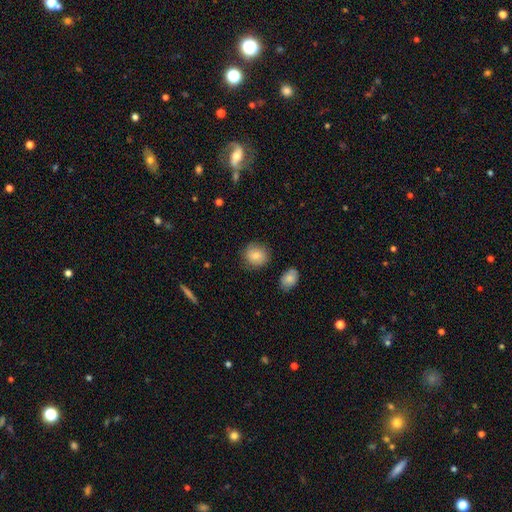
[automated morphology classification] type=smooth (82%); roundness=round (82%); merging=none (83%).